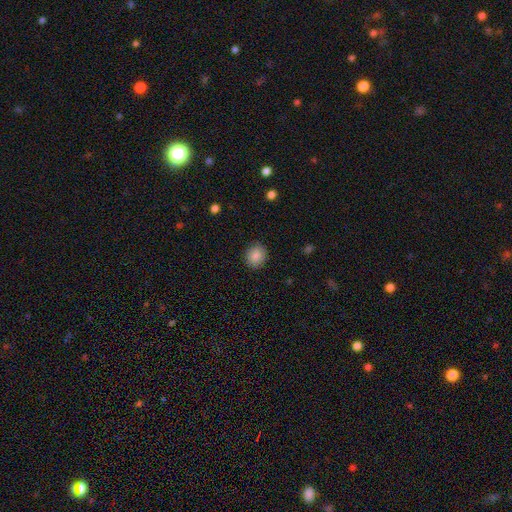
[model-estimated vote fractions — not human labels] smooth_or_featured: smooth (p=0.86) [alt: star or artifact p=0.08]
how_rounded: round (p=0.79) [alt: in between p=0.20]
merging: none (p=0.89) [alt: minor disturbance p=0.08]